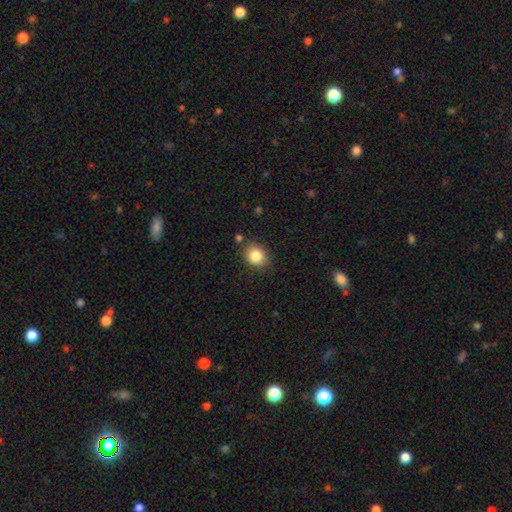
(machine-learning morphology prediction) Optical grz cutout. It shows a smooth galaxy with no disk features (84%) that is round (57%). Merging: none (81%).